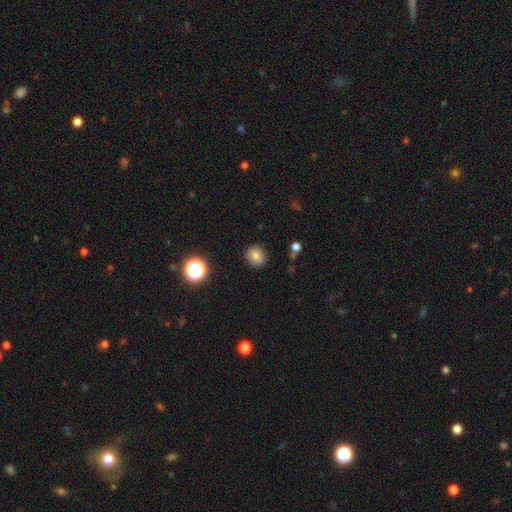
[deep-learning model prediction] A smooth galaxy with no disk features (80%) that is round (77%). Merging: none (87%).